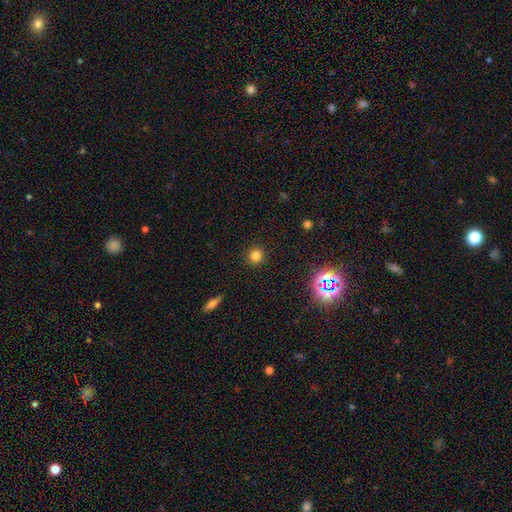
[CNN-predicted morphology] smooth-or-featured: smooth: 80% | star or artifact: 15% | featured or disk: 5%
  how-rounded: round: 92% | in between: 7% | cigar-shaped: 1%
  merging: none: 91% | minor disturbance: 6% | major disturbance: 2% | merger: 1%